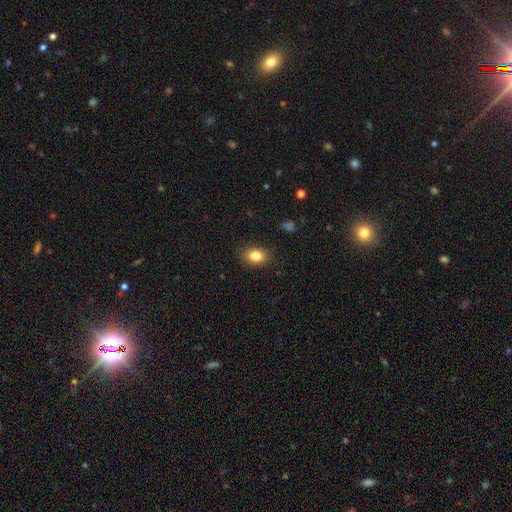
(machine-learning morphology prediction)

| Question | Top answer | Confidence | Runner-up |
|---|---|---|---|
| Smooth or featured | smooth | 84% | star or artifact (9%) |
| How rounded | in between | 79% | round (19%) |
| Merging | none | 86% | minor disturbance (11%) |